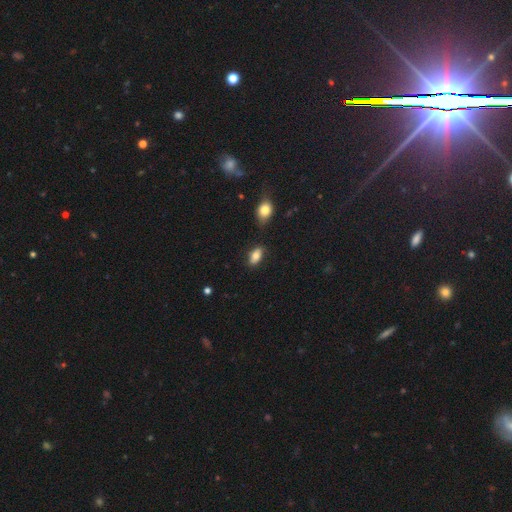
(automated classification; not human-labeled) Q: Smooth or featured?
A: smooth (77%); runner-up: featured or disk (14%)
Q: How rounded?
A: in between (88%); runner-up: cigar-shaped (6%)
Q: Merging?
A: none (75%); runner-up: minor disturbance (17%)